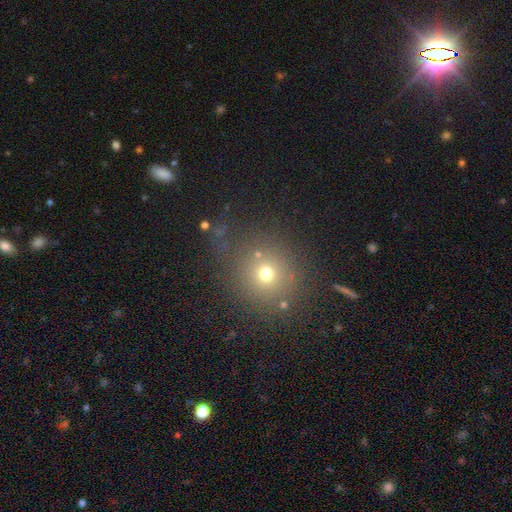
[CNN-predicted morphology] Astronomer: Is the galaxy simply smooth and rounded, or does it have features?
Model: smooth — 51% (runner-up: star or artifact, 38%).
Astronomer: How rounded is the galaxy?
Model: round — 89%.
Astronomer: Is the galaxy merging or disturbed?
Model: none — 79%.